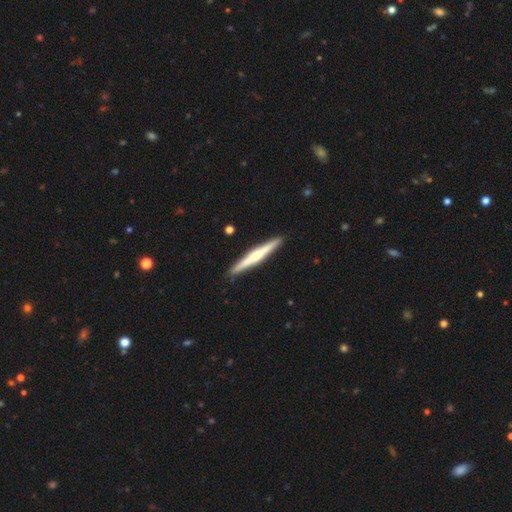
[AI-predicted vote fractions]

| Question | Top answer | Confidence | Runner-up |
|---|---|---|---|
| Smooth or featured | featured or disk | 62% | smooth (33%) |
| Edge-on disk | yes | 98% | no (2%) |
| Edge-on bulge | rounded | 68% | none (22%) |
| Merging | none | 92% | minor disturbance (6%) |